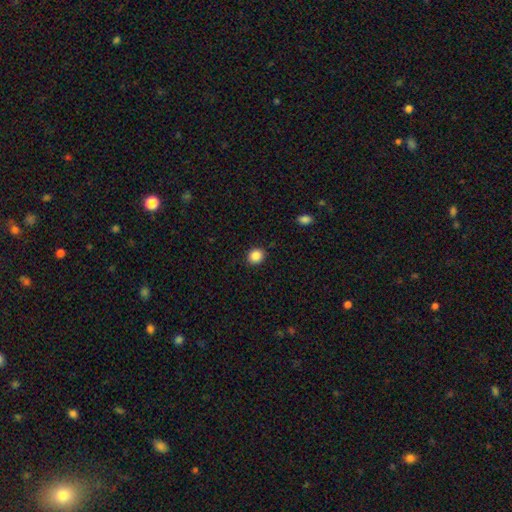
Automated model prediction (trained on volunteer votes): Morphology: type=smooth (87%); roundness=round (79%); merging=none (90%).